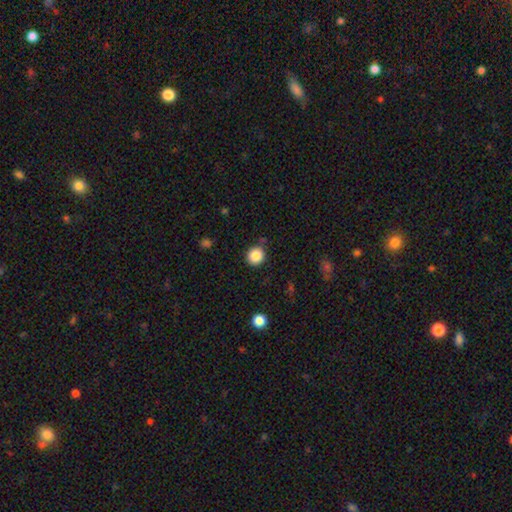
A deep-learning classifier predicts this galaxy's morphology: type=smooth (86%); roundness=round (90%); merging=none (86%).